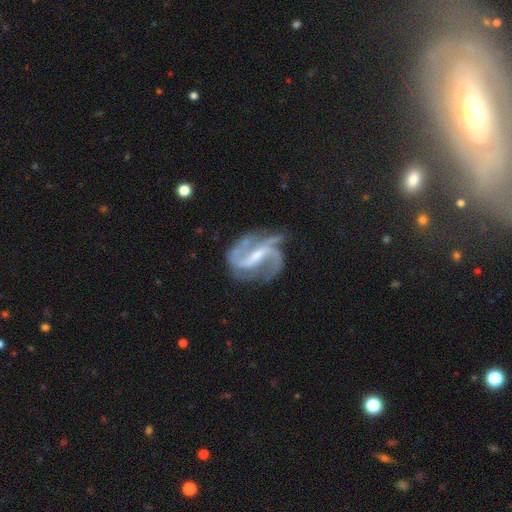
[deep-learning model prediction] Q: Smooth or featured?
A: featured or disk (91%); runner-up: star or artifact (5%)
Q: Edge-on disk?
A: no (98%); runner-up: yes (2%)
Q: Bar?
A: strong (49%); runner-up: weak (40%)
Q: Spiral arms?
A: yes (98%); runner-up: no (2%)
Q: Spiral winding?
A: medium (52%); runner-up: loose (31%)
Q: Spiral arm count?
A: 2 (52%); runner-up: 3 (28%)
Q: Bulge size?
A: small (56%); runner-up: moderate (32%)
Q: Merging?
A: none (61%); runner-up: minor disturbance (21%)